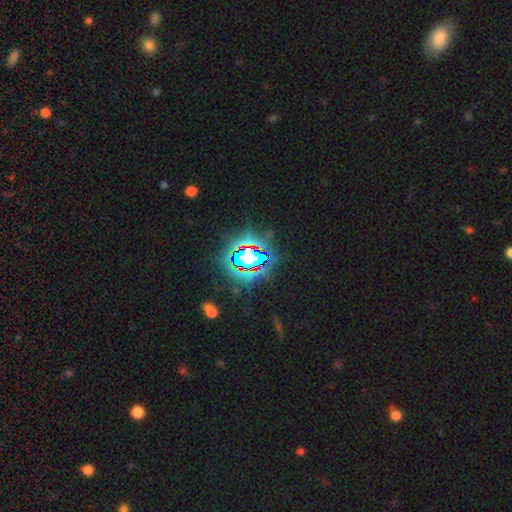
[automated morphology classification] type=star or artifact (74%).